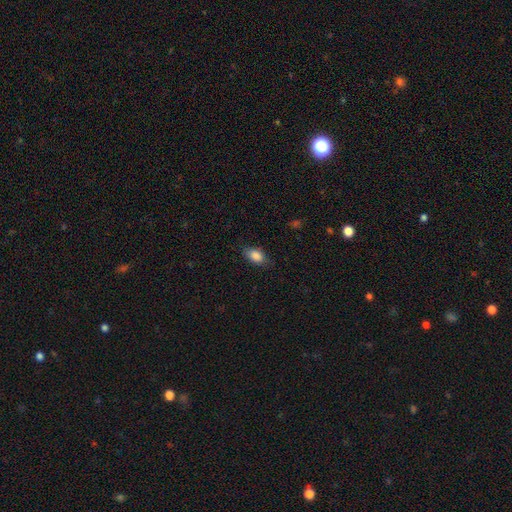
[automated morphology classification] Smooth or featured? smooth (86%)
How rounded? in between (88%)
Merging? none (77%)